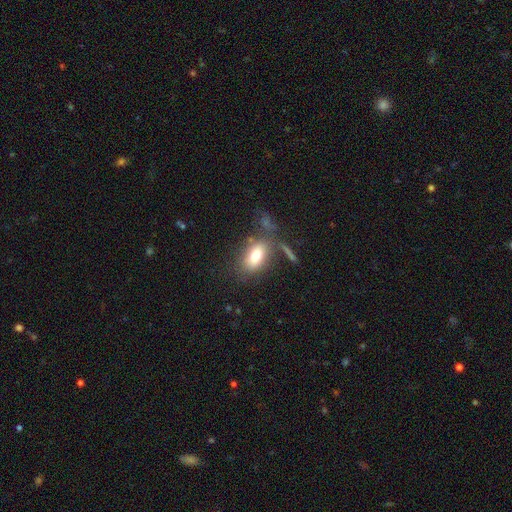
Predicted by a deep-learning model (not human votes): smooth_or_featured: smooth (p=0.76) [alt: featured or disk p=0.15]
how_rounded: in between (p=0.86) [alt: round p=0.10]
merging: none (p=0.64) [alt: minor disturbance p=0.16]